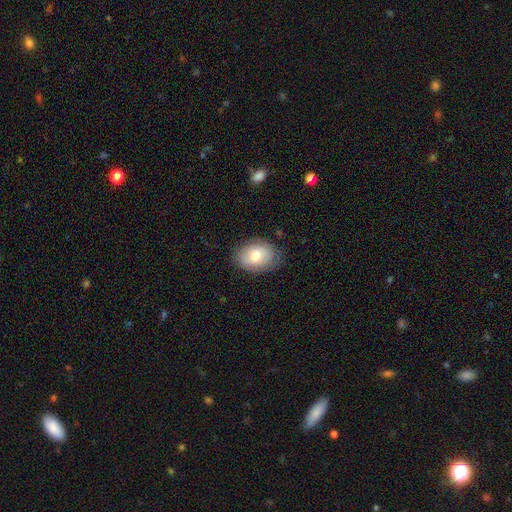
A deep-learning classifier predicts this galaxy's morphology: A smooth galaxy with no disk features (71%) that is in between round and cigar-shaped (70%). Merging: none (77%).